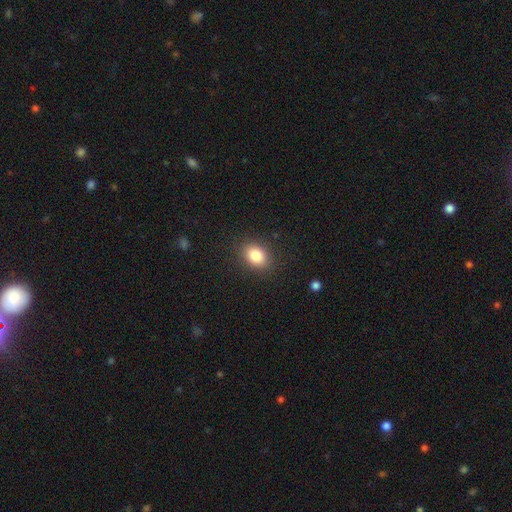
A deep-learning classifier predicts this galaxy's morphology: Smooth or featured? Predicted: smooth (p=0.84). How rounded? Predicted: in between (p=0.69). Merging? Predicted: none (p=0.87).